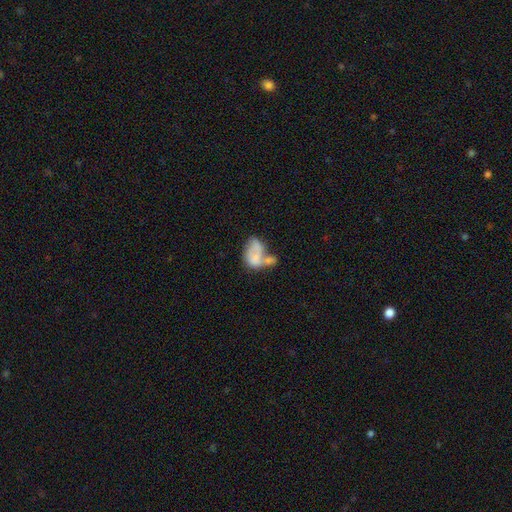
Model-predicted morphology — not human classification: Smooth or featured? smooth (61%)
How rounded? in between (86%)
Merging? merger (59%)